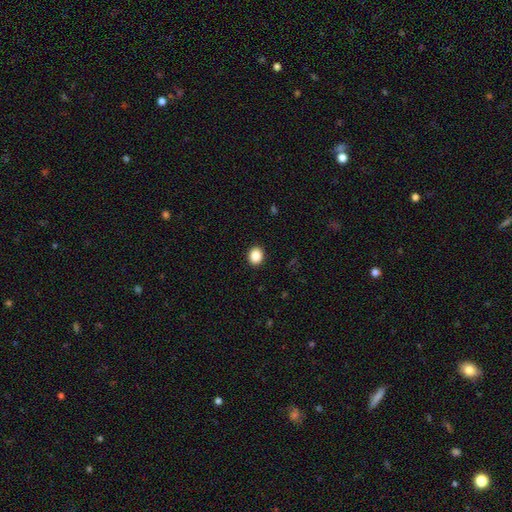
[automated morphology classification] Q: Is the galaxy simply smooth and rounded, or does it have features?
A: smooth — 88%.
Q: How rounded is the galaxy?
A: round — 64%.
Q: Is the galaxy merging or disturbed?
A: none — 92%.